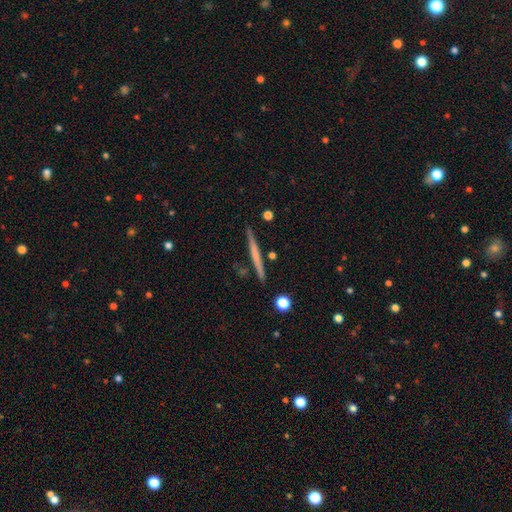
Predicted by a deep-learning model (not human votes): smooth_or_featured: featured or disk (p=0.50) [alt: smooth p=0.44]
disk_edge_on: yes (p=0.98) [alt: no p=0.02]
merging: none (p=0.91) [alt: minor disturbance p=0.06]